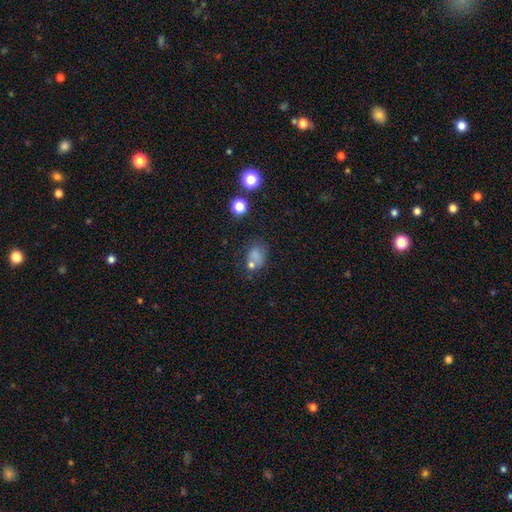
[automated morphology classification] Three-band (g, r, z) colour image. It shows a smooth galaxy with no disk features (72%) that is in between round and cigar-shaped (51%). Merging: none (49%).